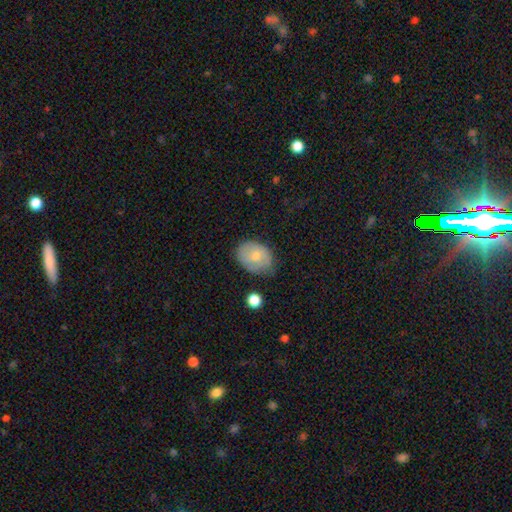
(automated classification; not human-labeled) smooth-or-featured: smooth: 67% | featured or disk: 26% | star or artifact: 7%
  how-rounded: in between: 68% | round: 32% | cigar-shaped: 1%
  merging: none: 62% | minor disturbance: 29% | major disturbance: 6% | merger: 2%